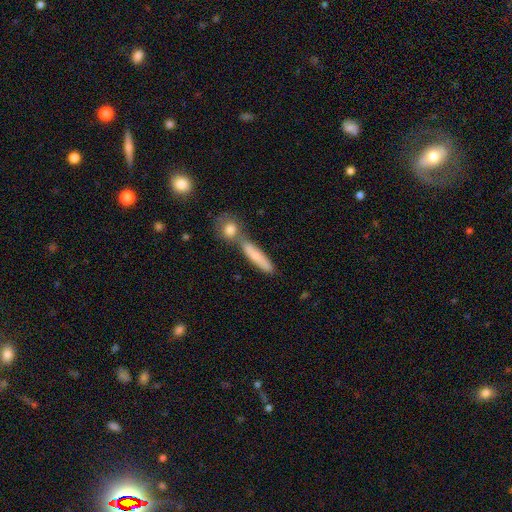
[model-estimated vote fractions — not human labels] A smooth galaxy with no disk features (71%) that is cigar-shaped (79%).

Vote fractions:
- Smooth or featured? smooth: 71% / featured or disk: 21% / star or artifact: 7%
- How rounded? cigar-shaped: 79% / in between: 17% / round: 4%
- Merging? none: 52% / merger: 34% / minor disturbance: 11% / major disturbance: 4%